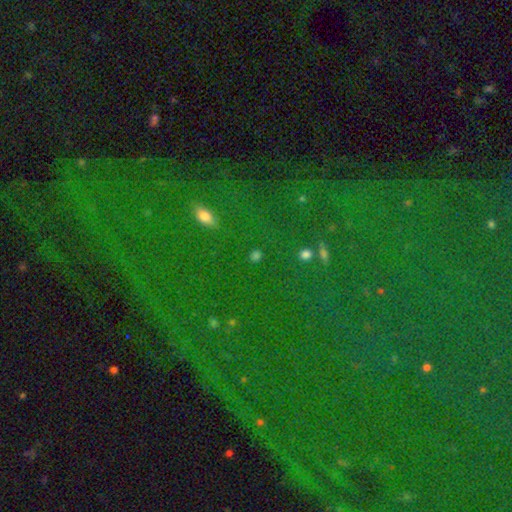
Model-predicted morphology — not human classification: star or artifact 77%, smooth 13%, featured or disk 10%.